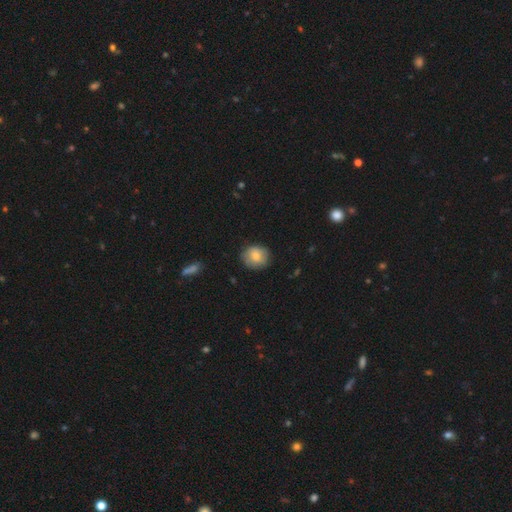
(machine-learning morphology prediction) This appears to be a smooth galaxy with no disk features (75%) that is round (79%). Merging: none (80%).